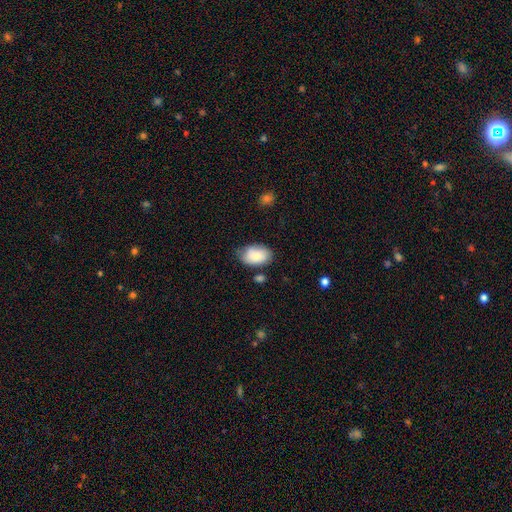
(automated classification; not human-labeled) Smooth or featured? smooth (81%)
How rounded? in between (88%)
Merging? none (66%)